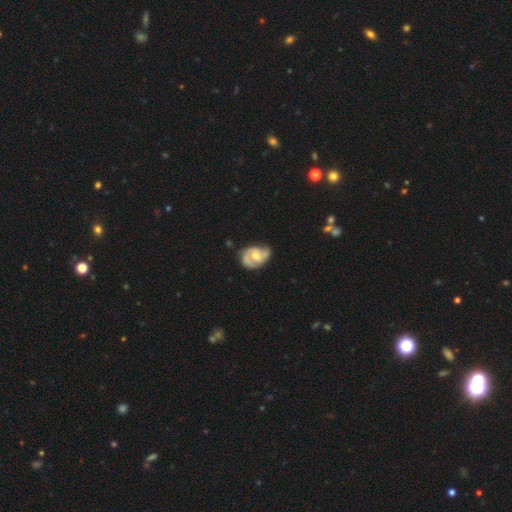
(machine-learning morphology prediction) Smooth or featured? Predicted: featured or disk (p=0.73). Edge-on disk? Predicted: no (p=0.97). Bar? Predicted: no (p=0.58). Spiral arms? Predicted: yes (p=0.86). Spiral winding? Predicted: medium (p=0.45). Spiral arm count? Predicted: 2 (p=0.66). Bulge size? Predicted: moderate (p=0.73). Merging? Predicted: none (p=0.53).